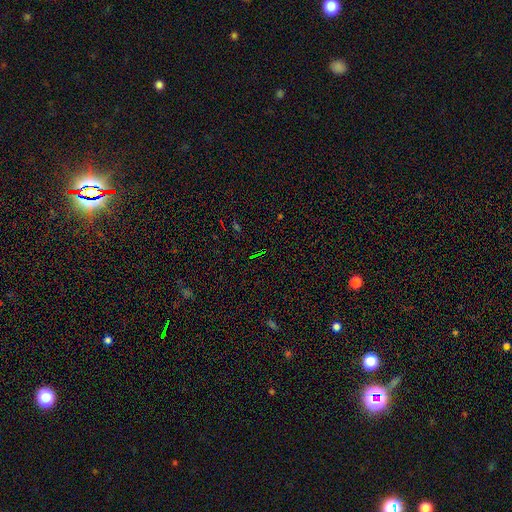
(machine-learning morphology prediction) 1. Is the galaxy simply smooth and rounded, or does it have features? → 73% star or artifact, 16% smooth, 11% featured or disk.